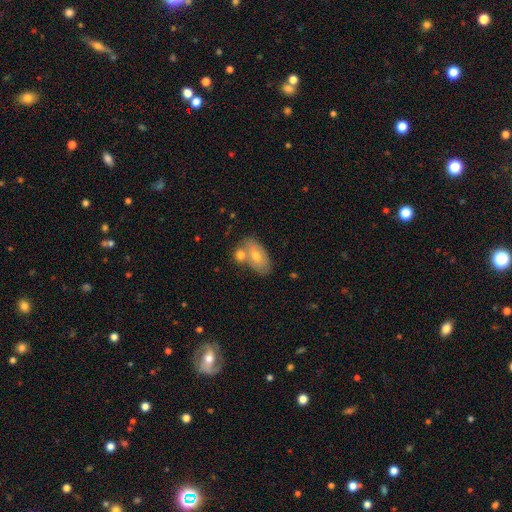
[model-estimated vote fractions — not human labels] Smooth or featured? smooth (61%)
How rounded? in between (89%)
Merging? none (52%)